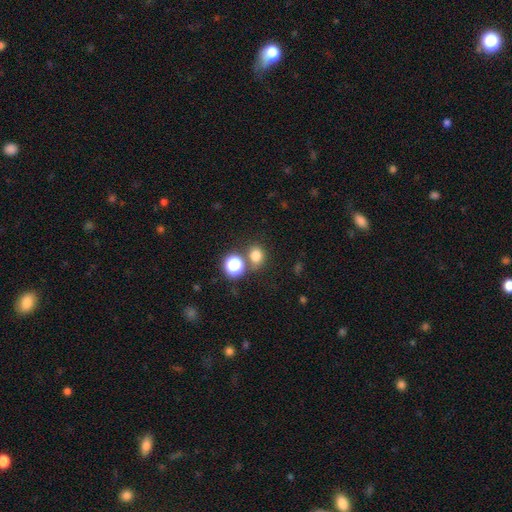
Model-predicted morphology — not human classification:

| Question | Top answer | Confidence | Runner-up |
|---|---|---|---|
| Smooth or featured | smooth | 75% | star or artifact (18%) |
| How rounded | round | 67% | in between (32%) |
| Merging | none | 70% | merger (16%) |